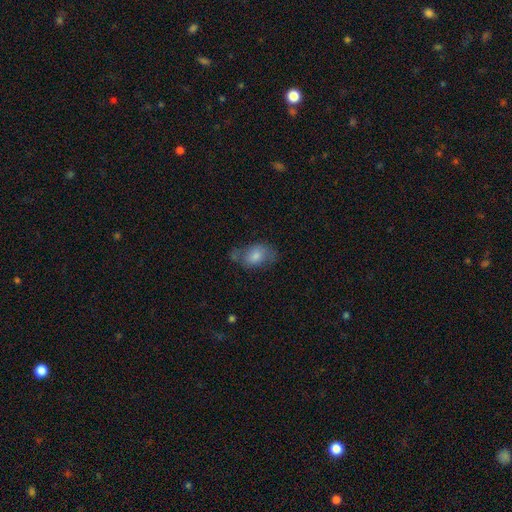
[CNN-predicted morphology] The model was most divided on "merging": none: 49%, minor disturbance: 27%, major disturbance: 13%, merger: 11%. More confident: how rounded — in between (87%); smooth or featured — smooth (74%).